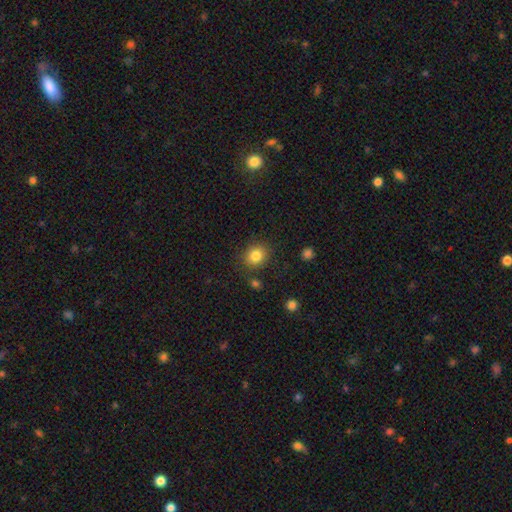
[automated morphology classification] Smooth or featured? smooth (83%)
How rounded? round (75%)
Merging? none (85%)